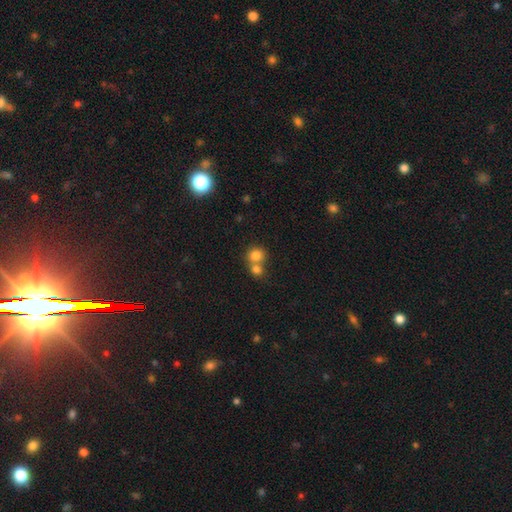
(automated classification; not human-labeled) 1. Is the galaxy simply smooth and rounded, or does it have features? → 80% smooth, 11% star or artifact, 9% featured or disk.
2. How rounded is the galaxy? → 83% round, 16% in between, 1% cigar-shaped.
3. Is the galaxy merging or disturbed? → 50% merger, 41% none, 6% minor disturbance, 3% major disturbance.